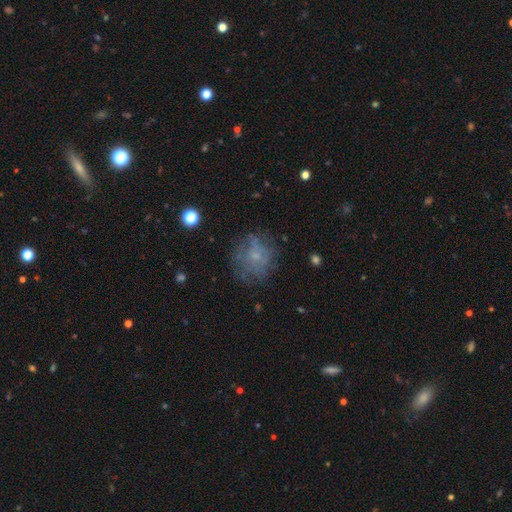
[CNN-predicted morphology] Smooth or featured? Predicted: smooth (p=0.47). Merging? Predicted: none (p=0.64).